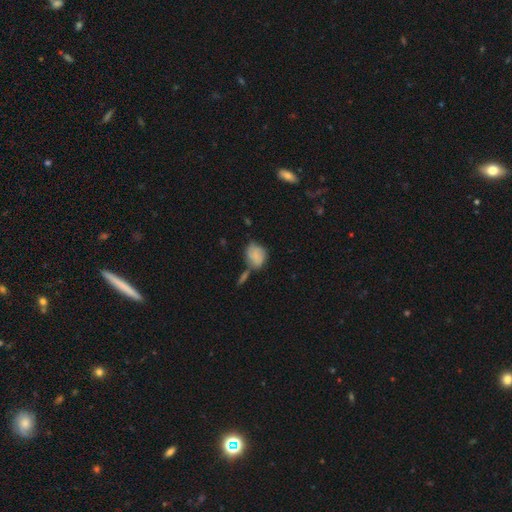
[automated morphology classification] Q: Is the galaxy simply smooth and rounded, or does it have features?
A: smooth — 70%.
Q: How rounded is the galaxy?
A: in between — 54%.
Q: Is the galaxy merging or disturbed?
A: none — 40%.